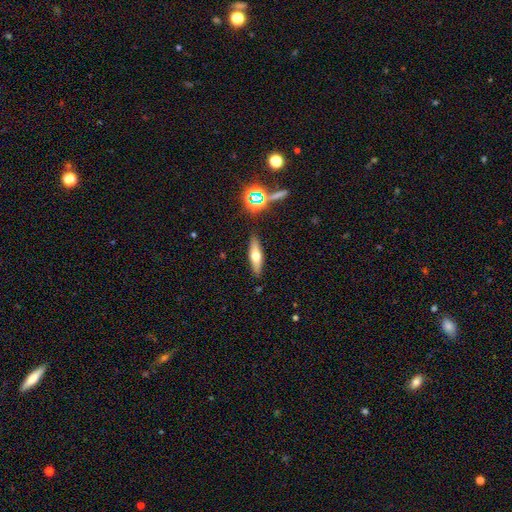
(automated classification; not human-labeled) A smooth galaxy with no disk features (50%).

Vote fractions:
- Smooth or featured? smooth: 50% / featured or disk: 40% / star or artifact: 10%
- Merging? none: 86% / minor disturbance: 9% / major disturbance: 2% / merger: 2%